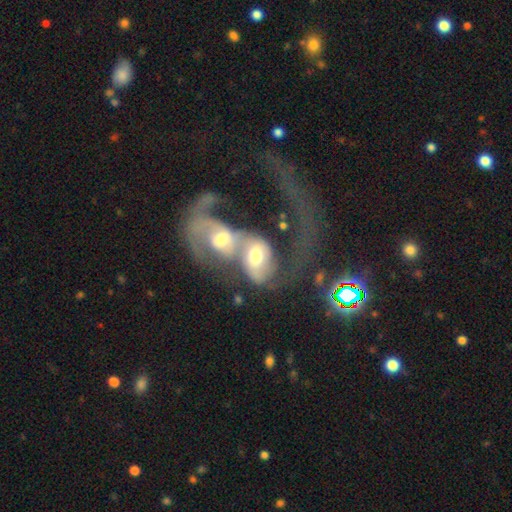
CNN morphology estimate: The model was most divided on "bar": no: 44%, weak: 38%, strong: 17%. Remaining: edge-on disk — no (96%); spiral arms — yes (81%); merging — merger (80%); smooth or featured — featured or disk (69%); bulge size — moderate (64%); spiral arm count — 2 (55%); spiral winding — loose (43%).